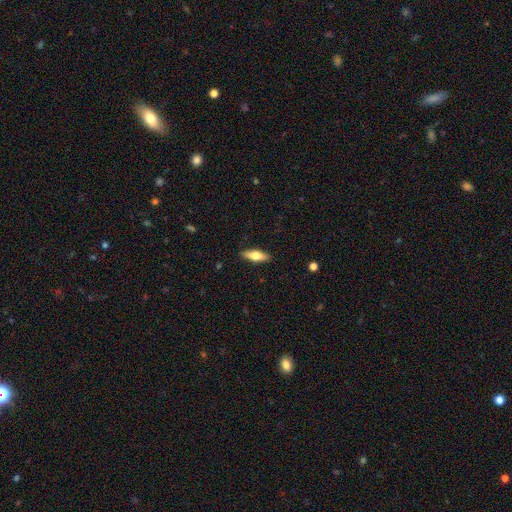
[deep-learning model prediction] Q: Smooth or featured?
A: smooth (58%); runner-up: featured or disk (36%)
Q: How rounded?
A: in between (52%); runner-up: cigar-shaped (45%)
Q: Merging?
A: none (89%); runner-up: minor disturbance (8%)